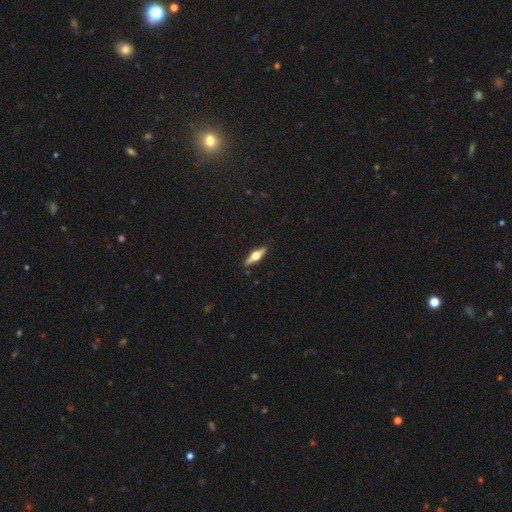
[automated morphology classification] Smooth or featured? Predicted: featured or disk (p=0.67). Edge-on disk? Predicted: yes (p=0.96). Edge-on bulge? Predicted: rounded (p=0.96). Merging? Predicted: none (p=0.90).